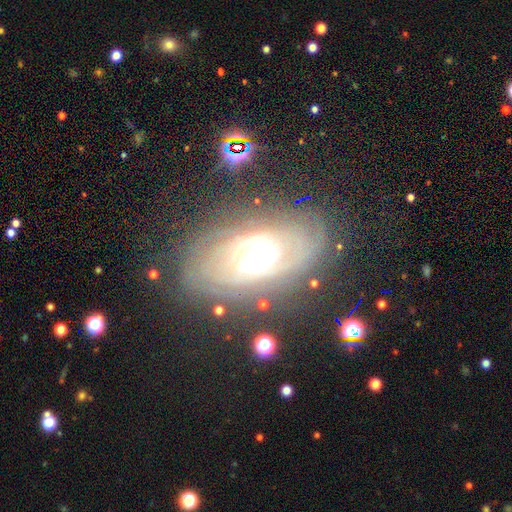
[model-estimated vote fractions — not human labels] Overall: featured or disk (76%). Edge-on disk: no (91%). Bar: no (67%). Spiral arms: yes (83%). Spiral arm count: can't tell (46%; 2 23%). Spiral winding: tight (69%). Bulge size: large (46%; moderate 39%). Merging: none (75%).